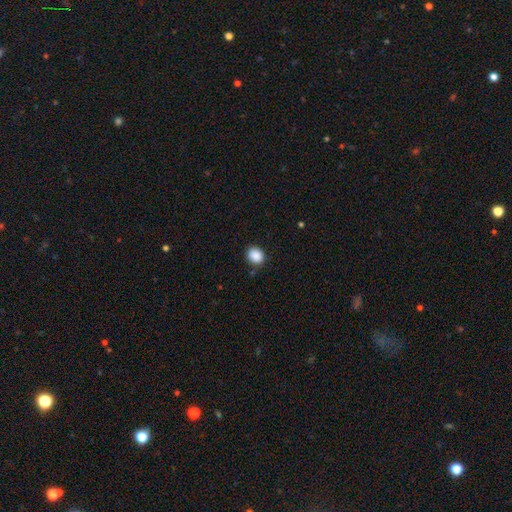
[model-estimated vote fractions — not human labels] Smooth or featured: smooth — 89% (star or artifact — 9%)
How rounded: round — 63% (in between — 36%)
Merging: none — 85% (minor disturbance — 11%)